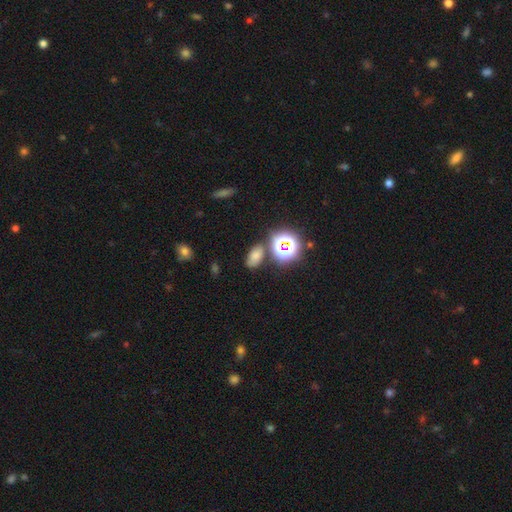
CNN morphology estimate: Smooth or featured? Predicted: smooth (p=0.63). How rounded? Predicted: in between (p=0.84). Merging? Predicted: none (p=0.71).